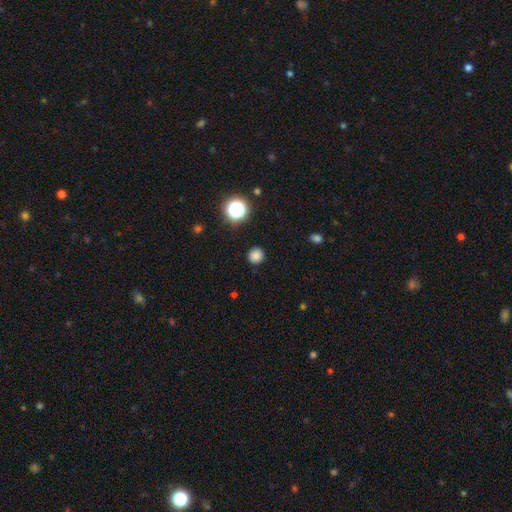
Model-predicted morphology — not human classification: Smooth or featured? smooth (81%)
How rounded? round (93%)
Merging? none (90%)